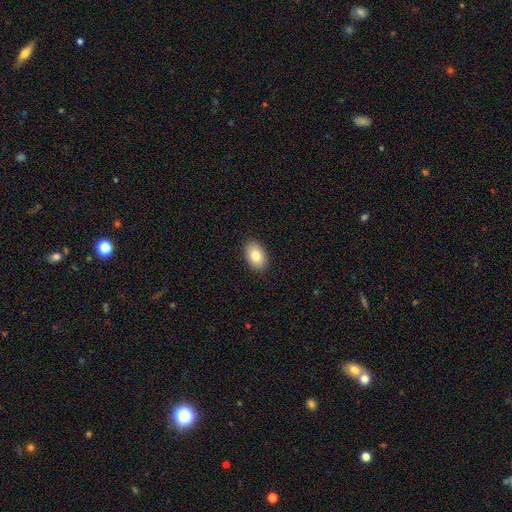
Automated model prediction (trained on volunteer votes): smooth-or-featured: smooth: 82% | featured or disk: 10% | star or artifact: 7%
  how-rounded: in between: 88% | round: 11% | cigar-shaped: 1%
  merging: none: 89% | minor disturbance: 8% | major disturbance: 2% | merger: 1%